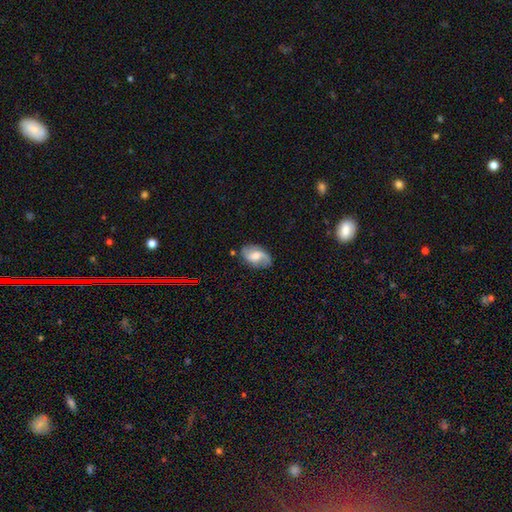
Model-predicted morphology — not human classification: type=featured or disk (66%); edge-on=no (96%); bar=weak (47%); spiral arms=yes (91%); winding=loose (61%); arm count=2 (87%); bulge=moderate (60%); merging=none (78%).